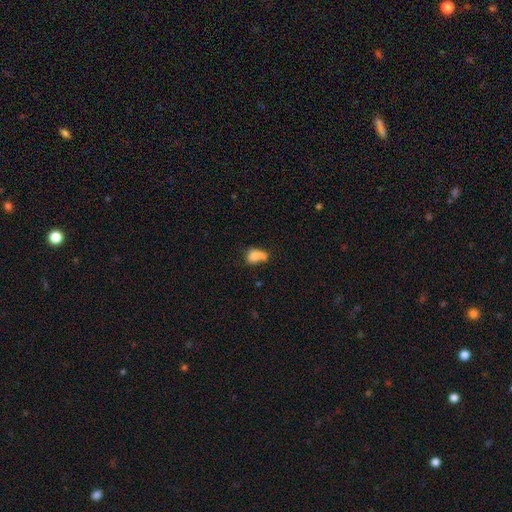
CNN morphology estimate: Smooth or featured? smooth (72%)
How rounded? in between (68%)
Merging? merger (35%)